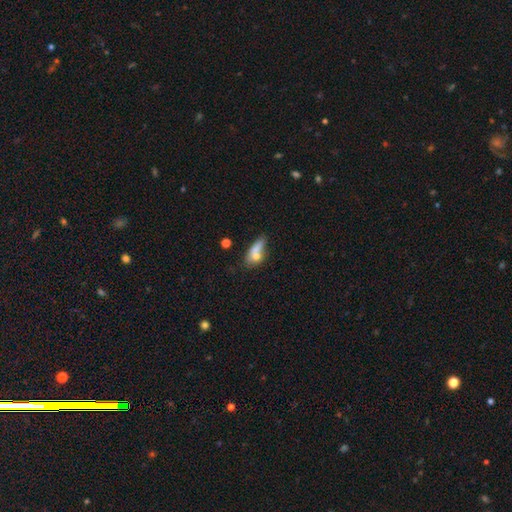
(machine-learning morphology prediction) smooth 63%, featured or disk 25%, star or artifact 12%. Down the decision tree: how rounded — in between (64%); merging — none (32%).